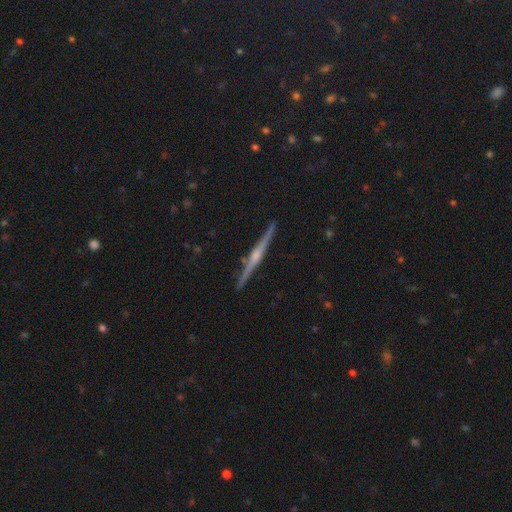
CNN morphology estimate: Smooth or featured?
  - featured or disk: 81% *
  - smooth: 14%
  - star or artifact: 5%
Edge-on disk?
  - yes: 98% *
  - no: 2%
Edge-on bulge?
  - rounded: 76% *
  - none: 13%
  - boxy: 11%
Merging?
  - none: 91% *
  - minor disturbance: 6%
  - merger: 1%
  - major disturbance: 1%